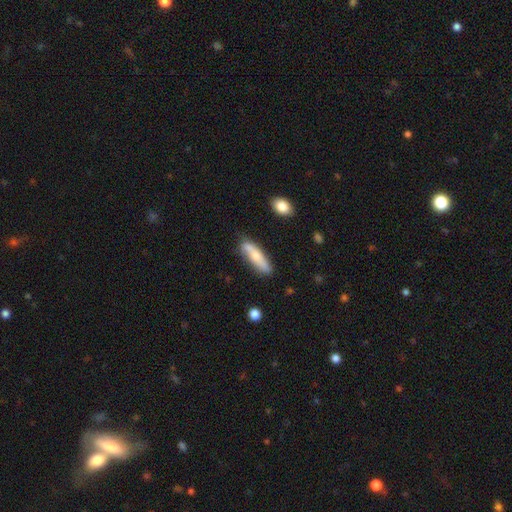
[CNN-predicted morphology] Overall: smooth (61%; featured or disk 33%). How rounded: cigar-shaped (62%; in between 35%). Merging: none (70%).